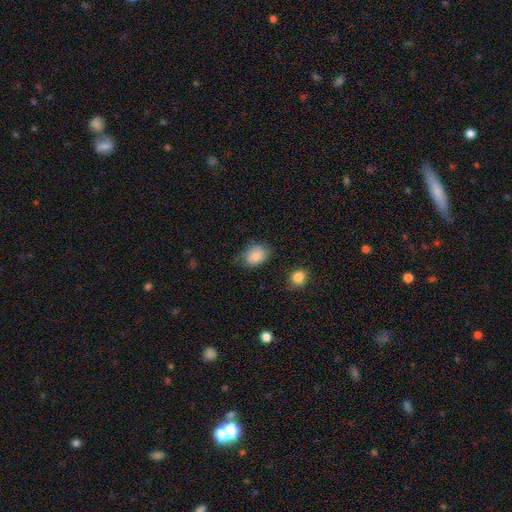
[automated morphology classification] The model was most divided on "merging": none: 70%, minor disturbance: 23%, major disturbance: 5%, merger: 3%. More confident: smooth or featured — smooth (85%); how rounded — in between (75%).